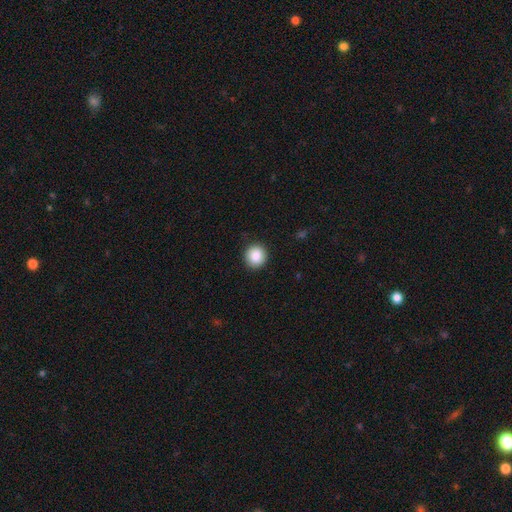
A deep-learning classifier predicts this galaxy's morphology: Smooth or featured?
  - smooth: 88% *
  - star or artifact: 8%
  - featured or disk: 4%
How rounded?
  - round: 91% *
  - in between: 8%
  - cigar-shaped: 1%
Merging?
  - none: 91% *
  - minor disturbance: 6%
  - major disturbance: 2%
  - merger: 1%